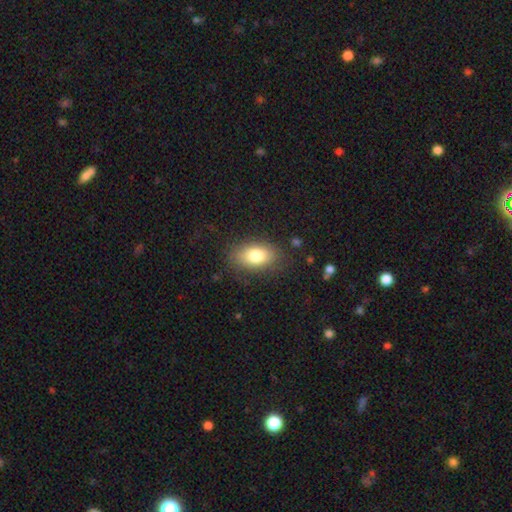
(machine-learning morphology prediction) smooth 80%, featured or disk 12%, star or artifact 8%. Down the decision tree: how rounded — in between (90%); merging — none (82%).